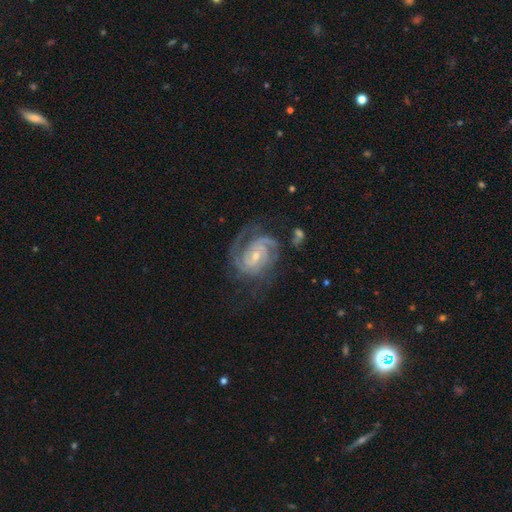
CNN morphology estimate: This is clearly a featured or disk galaxy (91%). It is clearly not viewed edge-on (98%). Bar: possibly weak (47%). Spiral arm pattern: clearly yes (98%). Spiral arm count: possibly 2 (49%). Spiral winding: possibly tight (60%). Central bulge: likely small (62%). Merging: likely none (65%).